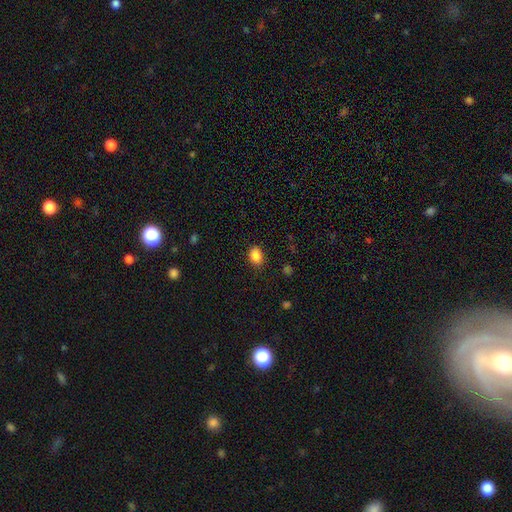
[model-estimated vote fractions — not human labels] Smooth or featured? smooth (87%)
How rounded? in between (77%)
Merging? none (85%)